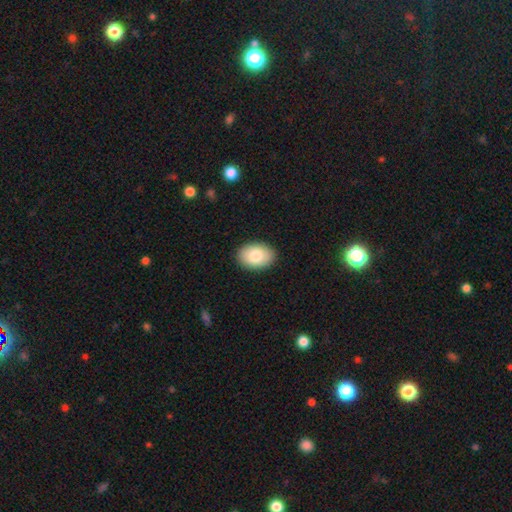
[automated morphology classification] Smooth or featured?
  - smooth: 82% *
  - featured or disk: 11%
  - star or artifact: 6%
How rounded?
  - in between: 85% *
  - round: 14%
  - cigar-shaped: 1%
Merging?
  - none: 90% *
  - minor disturbance: 7%
  - major disturbance: 2%
  - merger: 1%